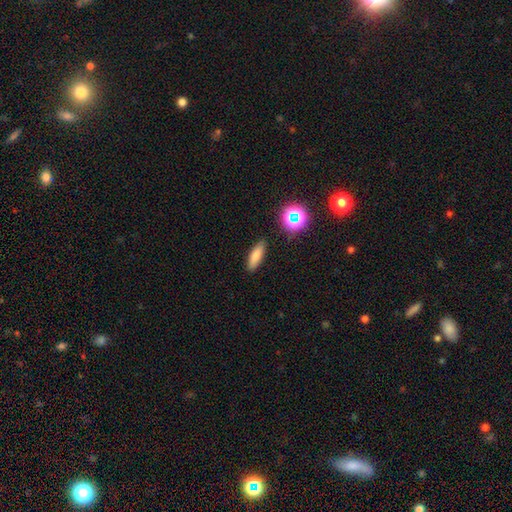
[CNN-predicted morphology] A smooth galaxy with no disk features (78%) that is in between round and cigar-shaped (51%).

Vote fractions:
- Smooth or featured? smooth: 78% / star or artifact: 12% / featured or disk: 10%
- How rounded? in between: 51% / cigar-shaped: 44% / round: 4%
- Merging? none: 87% / minor disturbance: 9% / major disturbance: 2% / merger: 2%